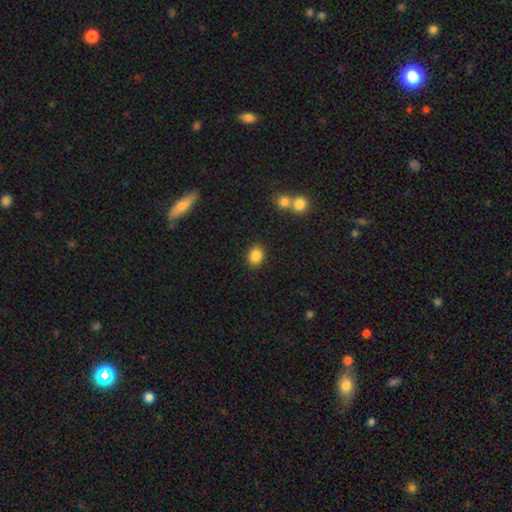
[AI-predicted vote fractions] smooth_or_featured: smooth (p=0.85) [alt: star or artifact p=0.10]
how_rounded: in between (p=0.50) [alt: round p=0.49]
merging: none (p=0.88) [alt: minor disturbance p=0.07]